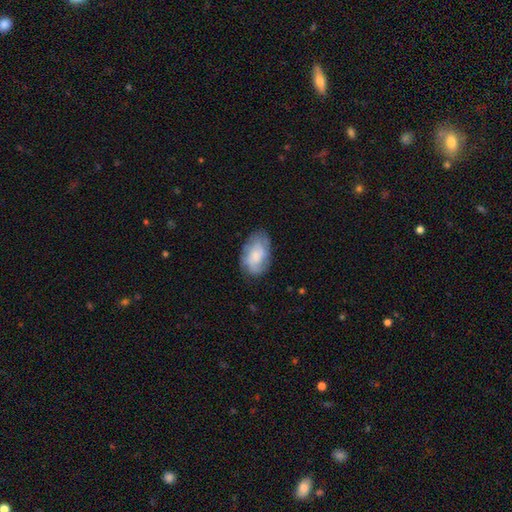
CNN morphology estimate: Overall: smooth (58%; featured or disk 35%). How rounded: in between (90%). Merging: none (67%).